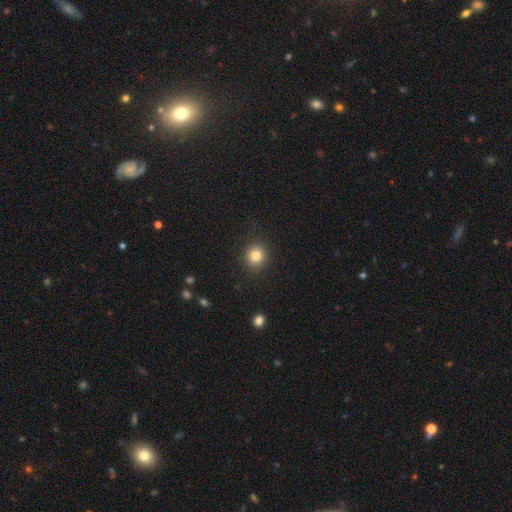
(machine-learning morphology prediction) Smooth or featured? Predicted: smooth (p=0.83). How rounded? Predicted: round (p=0.86). Merging? Predicted: none (p=0.89).